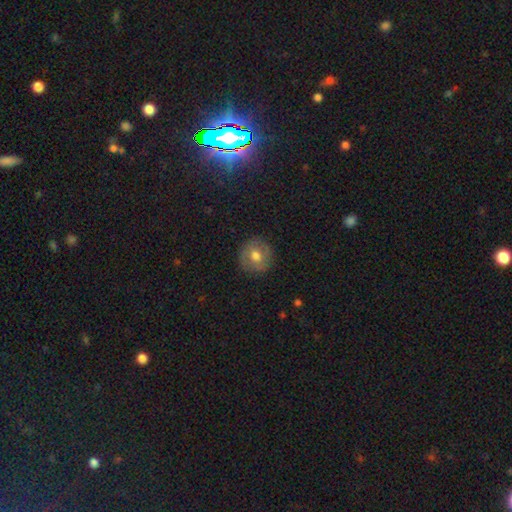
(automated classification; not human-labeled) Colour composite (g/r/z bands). It shows a smooth galaxy with no disk features (63%) that is round (91%). Merging: none (87%).